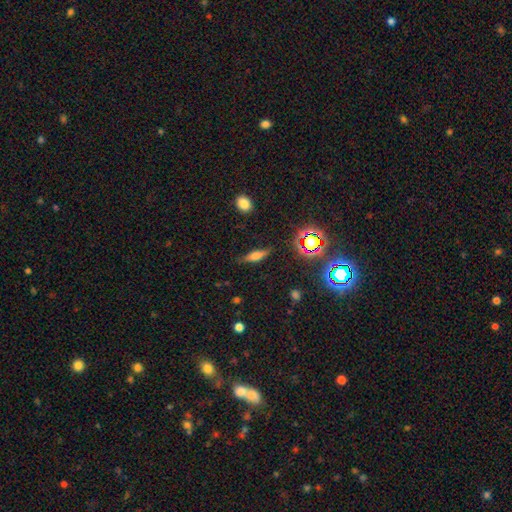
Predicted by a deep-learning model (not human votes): A smooth galaxy with no disk features (50%) that is cigar-shaped (58%). Merging: none (80%).